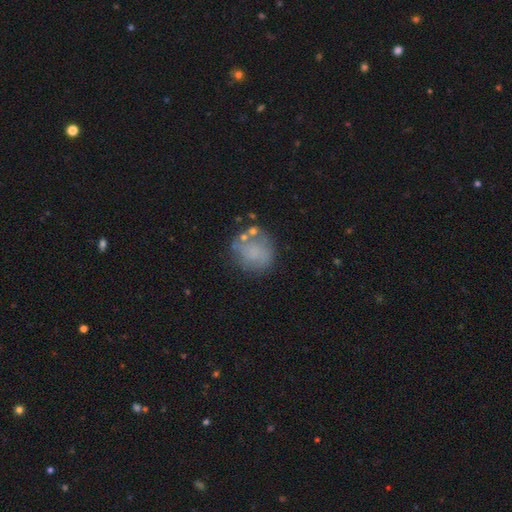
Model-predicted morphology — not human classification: Smooth or featured? smooth (52%)
How rounded? round (81%)
Merging? none (54%)